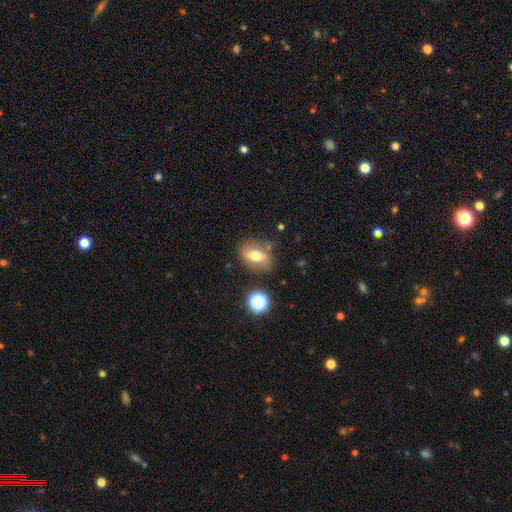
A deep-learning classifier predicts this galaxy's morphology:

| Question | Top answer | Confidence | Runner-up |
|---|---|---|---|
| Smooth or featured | smooth | 61% | featured or disk (28%) |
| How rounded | in between | 70% | round (25%) |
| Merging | none | 74% | minor disturbance (16%) |